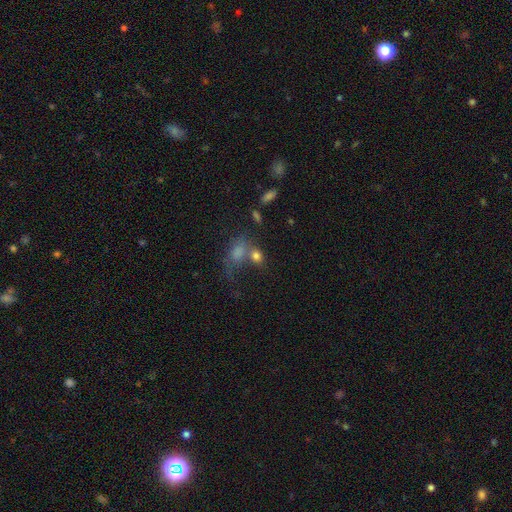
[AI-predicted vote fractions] smooth-or-featured: smooth: 76% | star or artifact: 14% | featured or disk: 11%
  how-rounded: in between: 52% | round: 45% | cigar-shaped: 3%
  merging: none: 40% | merger: 37% | minor disturbance: 13% | major disturbance: 10%